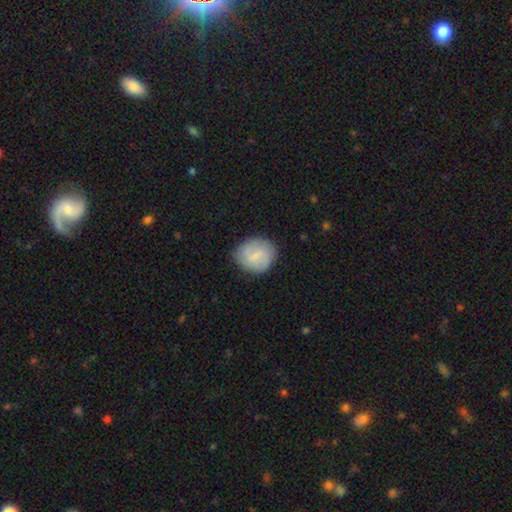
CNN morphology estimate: A smooth galaxy with no disk features (61%) that is round (72%). Merging: none (78%).